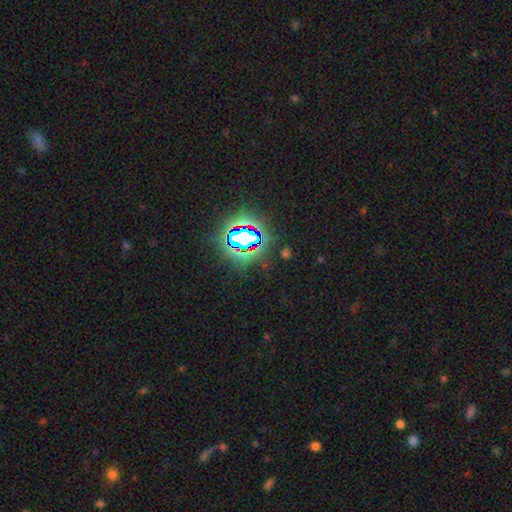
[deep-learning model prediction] A star or artifact, not a galaxy (82%).